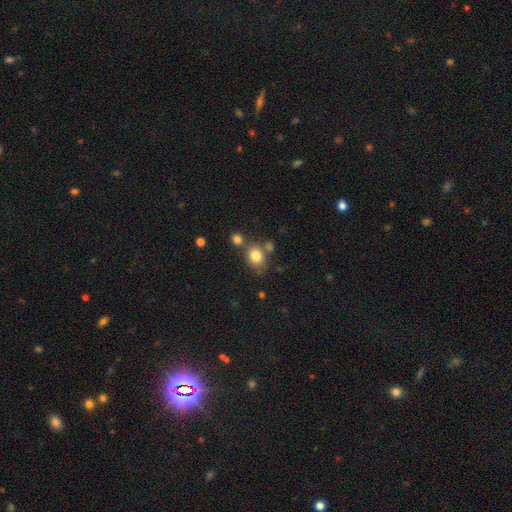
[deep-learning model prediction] smooth_or_featured: smooth (p=0.81) [alt: star or artifact p=0.11]
how_rounded: round (p=0.57) [alt: in between p=0.42]
merging: none (p=0.62) [alt: merger p=0.19]